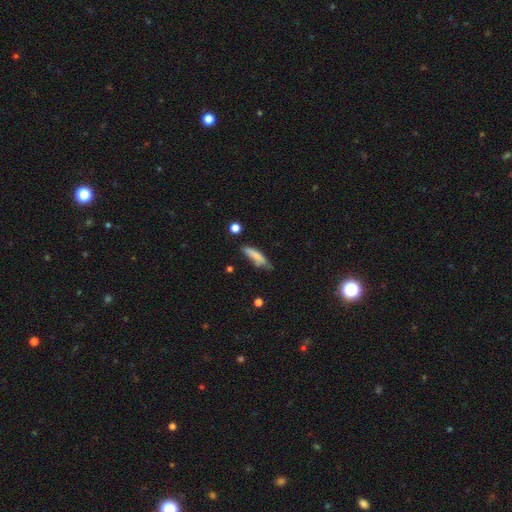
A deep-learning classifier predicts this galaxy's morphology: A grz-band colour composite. It shows a smooth galaxy with no disk features (75%) that is cigar-shaped (70%). Merging: none (58%).